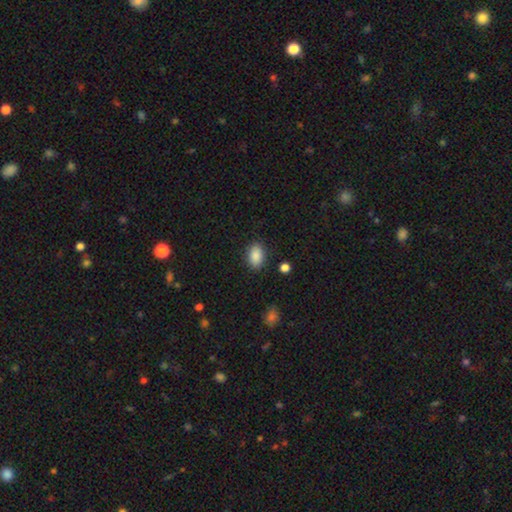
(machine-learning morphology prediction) Smooth or featured: smooth — 88% (star or artifact — 8%)
How rounded: in between — 87% (round — 11%)
Merging: none — 85% (minor disturbance — 10%)